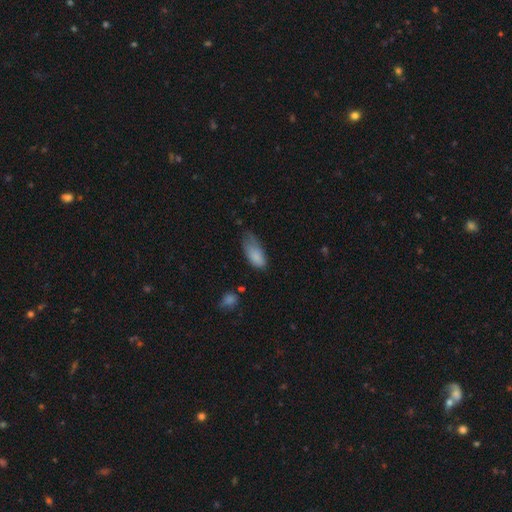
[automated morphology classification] This appears to be a smooth galaxy with no disk features (83%) that is in between round and cigar-shaped (88%). Merging: minor disturbance (45%).